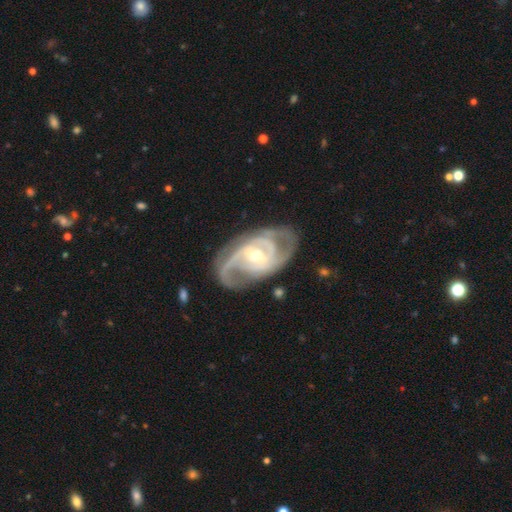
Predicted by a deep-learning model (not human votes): A featured or disk galaxy (91%) with a weak bar (44%), 2 (59%) medium (48%) spiral arms (97%) and a moderate central bulge (51%).

Vote fractions:
- Smooth or featured? featured or disk: 91% / smooth: 5% / star or artifact: 4%
- Edge-on disk? no: 96% / yes: 4%
- Bar? weak: 44% / no: 33% / strong: 23%
- Spiral arms? yes: 97% / no: 3%
- Spiral winding? medium: 48% / tight: 38% / loose: 14%
- Spiral arm count? 2: 59% / 3: 20% / can't tell: 11% / 4: 4% / 1: 4% / more than 4: 3%
- Bulge size? moderate: 51% / small: 45% / large: 2% / none: 1% / dominant: 1%
- Merging? none: 71% / minor disturbance: 17% / major disturbance: 10% / merger: 2%